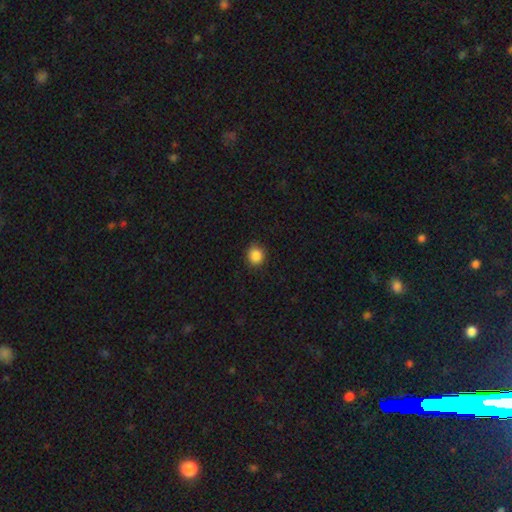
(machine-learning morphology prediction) This appears to be a smooth galaxy with no disk features (86%) that is round (82%). Merging: none (85%).